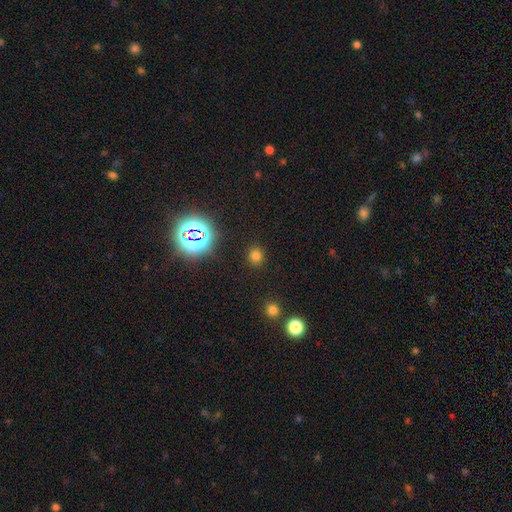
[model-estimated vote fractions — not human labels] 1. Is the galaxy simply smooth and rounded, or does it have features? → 72% smooth, 22% star or artifact, 5% featured or disk.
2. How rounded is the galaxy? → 85% round, 14% in between, 1% cigar-shaped.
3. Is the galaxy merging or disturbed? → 89% none, 6% minor disturbance, 3% major disturbance, 2% merger.